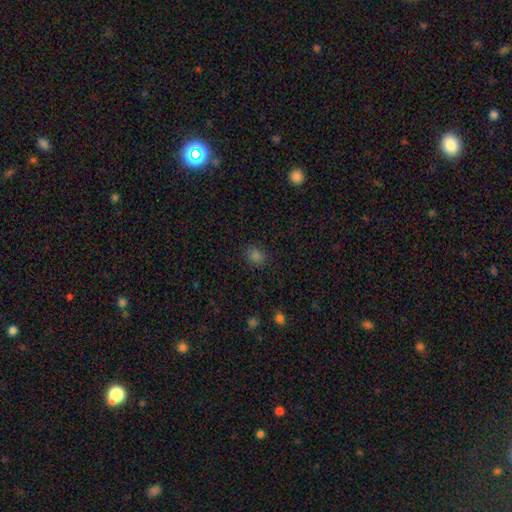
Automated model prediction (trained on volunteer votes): smooth-or-featured: smooth: 78% | star or artifact: 18% | featured or disk: 4%
  how-rounded: round: 60% | in between: 39% | cigar-shaped: 1%
  merging: none: 86% | minor disturbance: 10% | major disturbance: 3% | merger: 1%